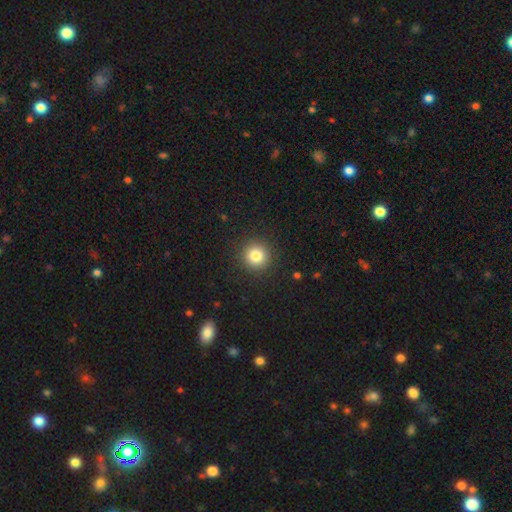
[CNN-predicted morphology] smooth 82%, star or artifact 12%, featured or disk 7%. Down the decision tree: how rounded — round (95%); merging — none (91%).